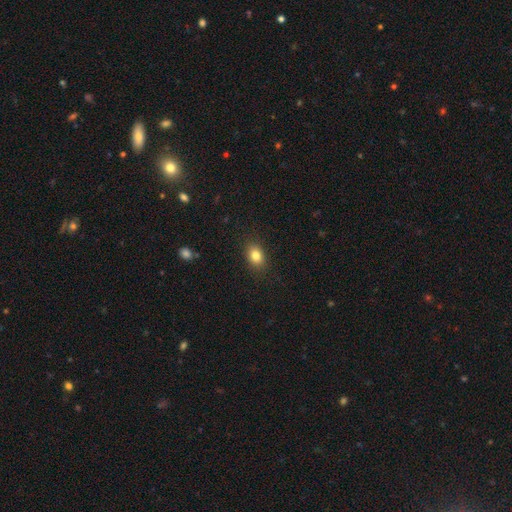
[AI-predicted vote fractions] smooth-or-featured: smooth: 82% | star or artifact: 10% | featured or disk: 7%
  how-rounded: in between: 69% | round: 30% | cigar-shaped: 1%
  merging: none: 87% | minor disturbance: 9% | major disturbance: 2% | merger: 1%